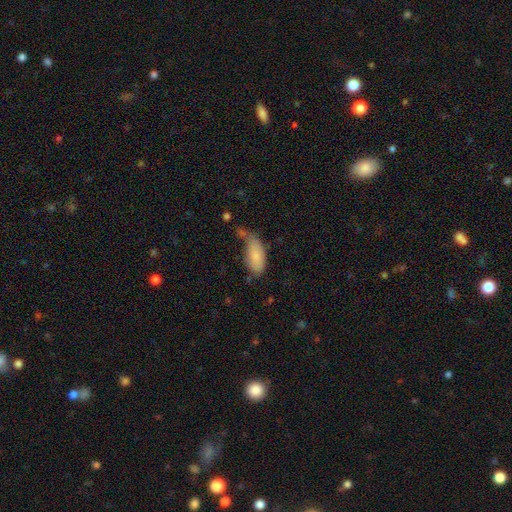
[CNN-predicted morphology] Overall: smooth (84%). How rounded: in between (91%). Merging: none (42%; minor disturbance 31%).